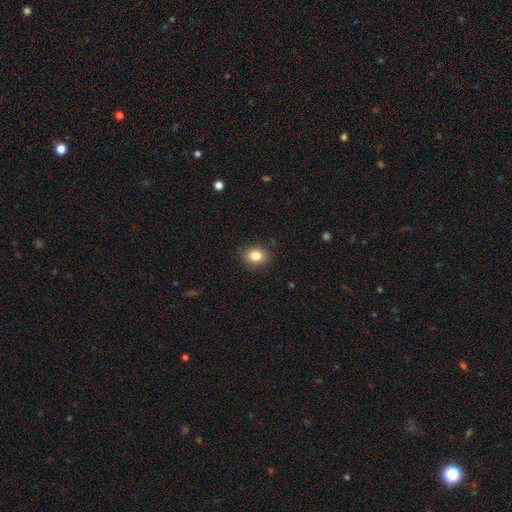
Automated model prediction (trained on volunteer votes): smooth 84%, star or artifact 10%, featured or disk 7%. Down the decision tree: how rounded — round (52%); merging — none (86%).